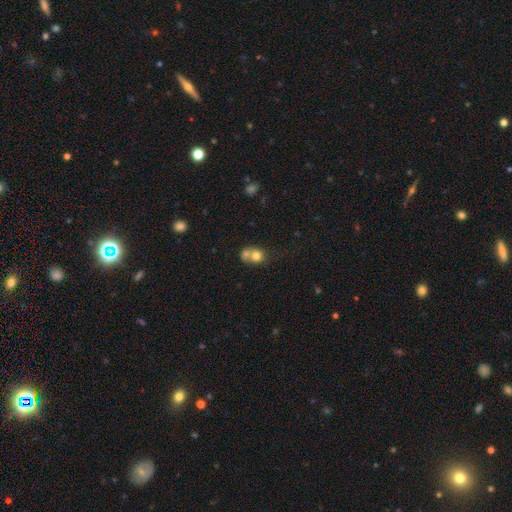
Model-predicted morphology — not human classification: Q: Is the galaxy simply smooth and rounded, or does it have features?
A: smooth — 72%.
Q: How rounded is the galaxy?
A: round — 69%.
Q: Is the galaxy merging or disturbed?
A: merger — 65%.